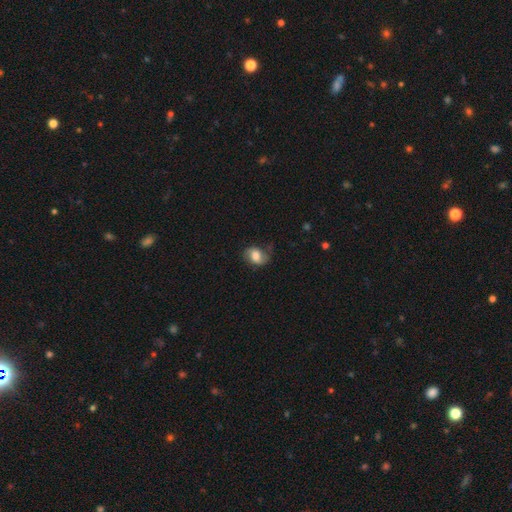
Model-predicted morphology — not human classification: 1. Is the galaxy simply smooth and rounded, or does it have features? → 58% smooth, 34% featured or disk, 9% star or artifact.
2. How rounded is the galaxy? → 67% in between, 32% round, 1% cigar-shaped.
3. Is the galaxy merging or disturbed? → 58% none, 28% minor disturbance, 12% major disturbance, 2% merger.